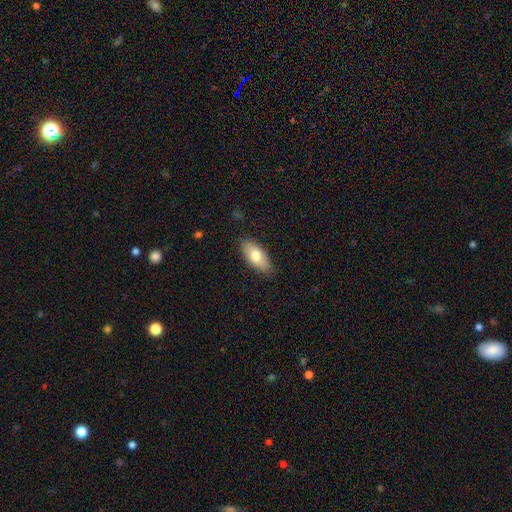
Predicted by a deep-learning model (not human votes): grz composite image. It shows a smooth galaxy with no disk features (74%) that is in between round and cigar-shaped (87%). Merging: none (86%).